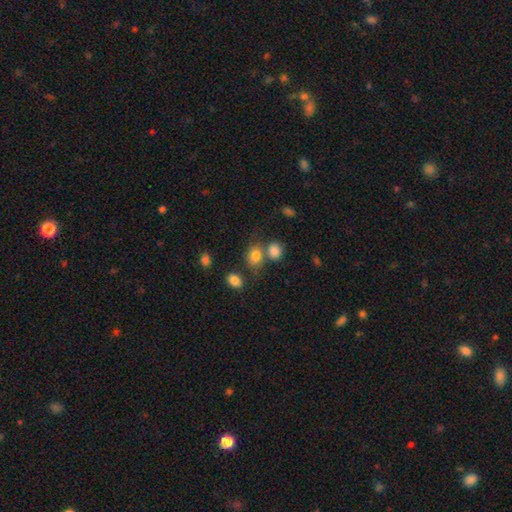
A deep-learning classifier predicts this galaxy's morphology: Q: Smooth or featured?
A: smooth (81%); runner-up: star or artifact (11%)
Q: How rounded?
A: round (56%); runner-up: in between (43%)
Q: Merging?
A: none (53%); runner-up: merger (28%)